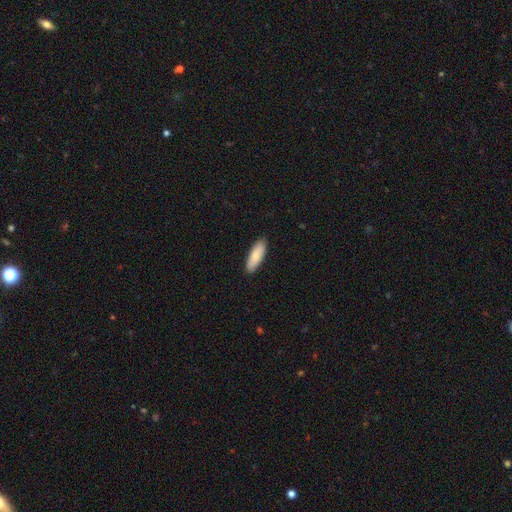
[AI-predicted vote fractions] A smooth galaxy with no disk features (79%) that is in between round and cigar-shaped (62%).

Vote fractions:
- Smooth or featured? smooth: 79% / featured or disk: 15% / star or artifact: 5%
- How rounded? in between: 62% / cigar-shaped: 37% / round: 2%
- Merging? none: 89% / minor disturbance: 8% / major disturbance: 2% / merger: 1%